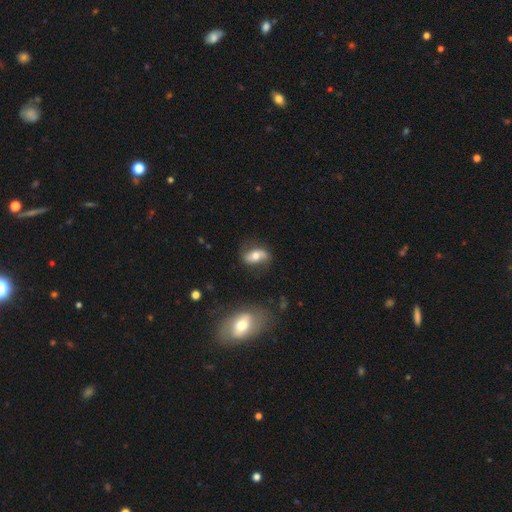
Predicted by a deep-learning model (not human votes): Smooth or featured?
  - featured or disk: 49% *
  - smooth: 42%
  - star or artifact: 8%
Merging?
  - none: 69% *
  - minor disturbance: 20%
  - major disturbance: 9%
  - merger: 3%